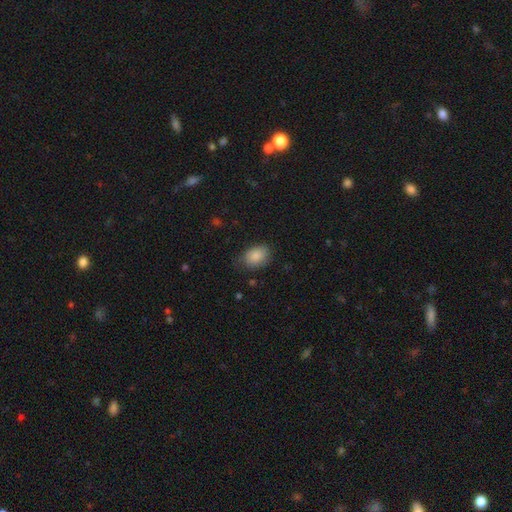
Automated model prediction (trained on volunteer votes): Smooth or featured? Predicted: smooth (p=0.87). How rounded? Predicted: in between (p=0.77). Merging? Predicted: none (p=0.70).